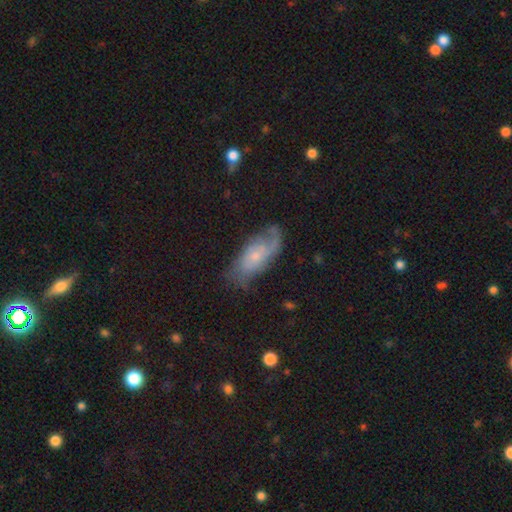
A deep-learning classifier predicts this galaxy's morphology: Smooth or featured? Predicted: featured or disk (p=0.60). Edge-on disk? Predicted: no (p=0.91). Bar? Predicted: no (p=0.73). Spiral arms? Predicted: yes (p=0.84). Bulge size? Predicted: small (p=0.67). Merging? Predicted: none (p=0.55).